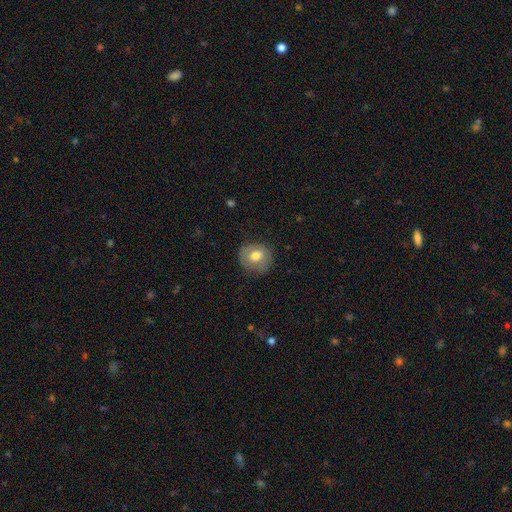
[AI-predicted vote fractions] Morphology: type=smooth (65%); roundness=round (81%); merging=none (78%).